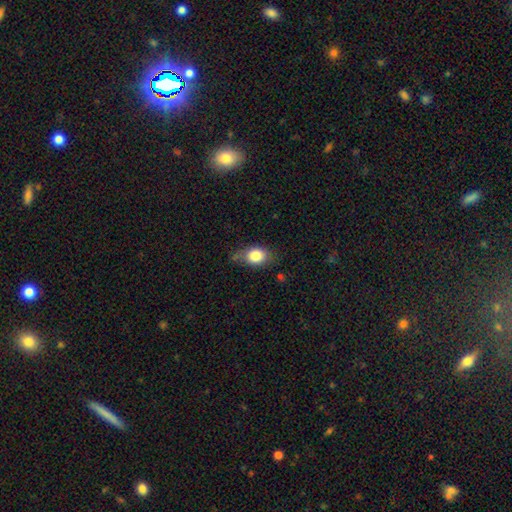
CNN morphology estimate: A smooth galaxy with no disk features (81%) that is in between round and cigar-shaped (69%). Merging: none (57%).